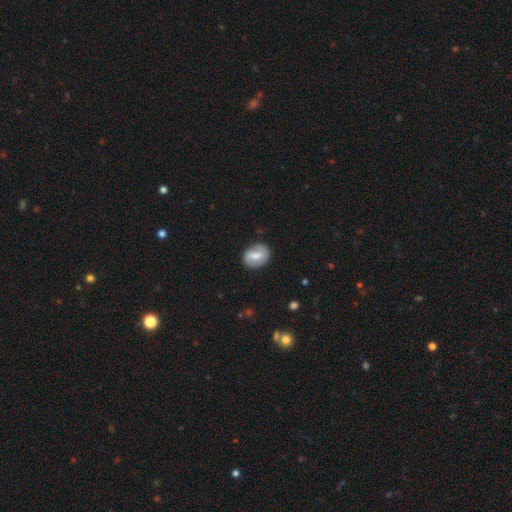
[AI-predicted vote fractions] Smooth or featured? smooth (52%)
How rounded? in between (60%)
Merging? none (77%)